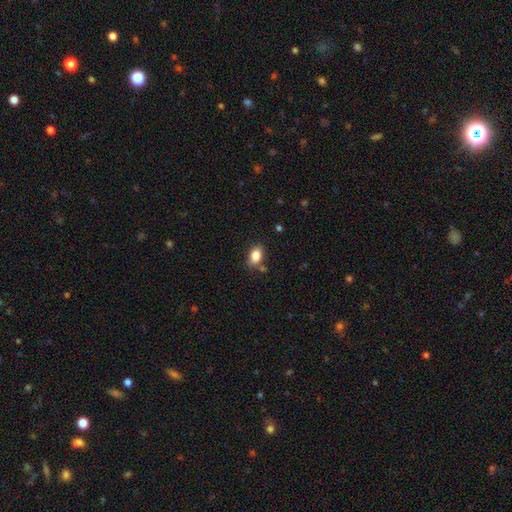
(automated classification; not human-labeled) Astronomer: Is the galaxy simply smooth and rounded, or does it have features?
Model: smooth — 84%.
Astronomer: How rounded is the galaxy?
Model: in between — 85%.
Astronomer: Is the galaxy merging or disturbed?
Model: none — 77%.